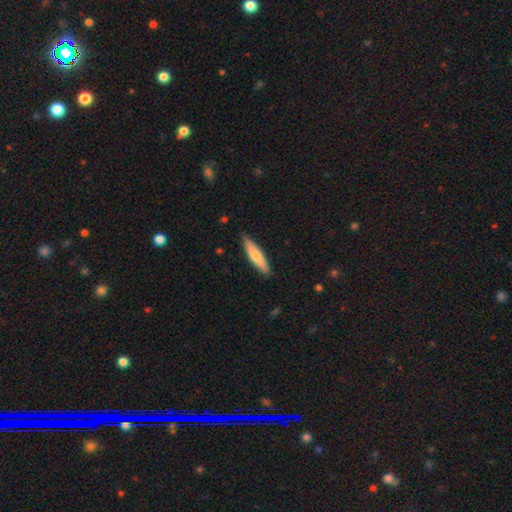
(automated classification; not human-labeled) This appears to be a smooth galaxy with no disk features (68%) that is cigar-shaped (80%). Merging: none (86%).